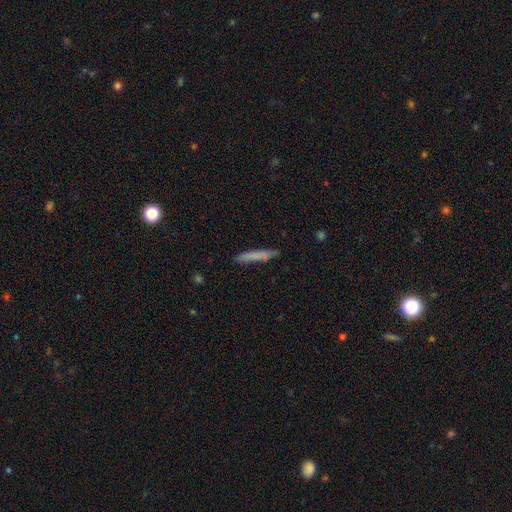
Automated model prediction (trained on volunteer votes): Smooth or featured?
  - smooth: 76% *
  - featured or disk: 18%
  - star or artifact: 6%
How rounded?
  - cigar-shaped: 94% *
  - in between: 4%
  - round: 1%
Merging?
  - none: 83% *
  - minor disturbance: 13%
  - major disturbance: 2%
  - merger: 2%